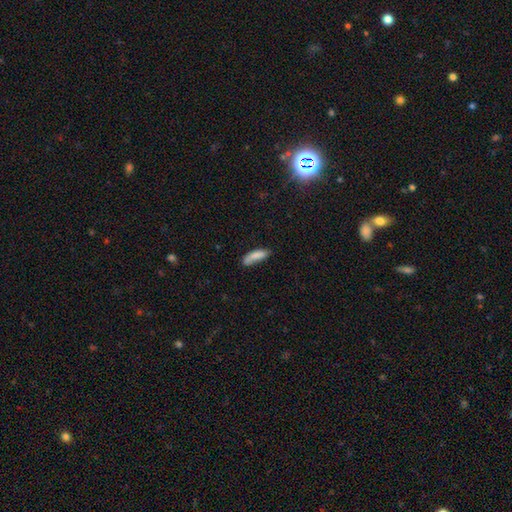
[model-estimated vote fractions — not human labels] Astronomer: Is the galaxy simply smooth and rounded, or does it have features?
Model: smooth — 80%.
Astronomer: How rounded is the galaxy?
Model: cigar-shaped — 52% (runner-up: in between, 46%).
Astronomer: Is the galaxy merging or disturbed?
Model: none — 56%.